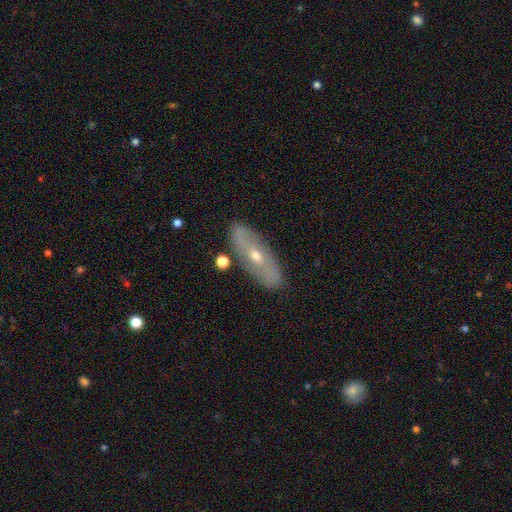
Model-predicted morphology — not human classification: type=featured or disk (60%); edge-on=no (75%); merging=none (83%).